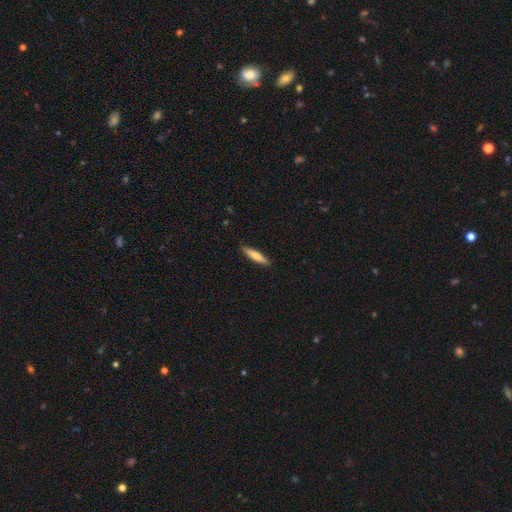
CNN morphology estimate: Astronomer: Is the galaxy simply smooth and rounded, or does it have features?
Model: smooth — 71%.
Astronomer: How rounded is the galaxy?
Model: cigar-shaped — 83%.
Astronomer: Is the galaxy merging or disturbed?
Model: none — 88%.